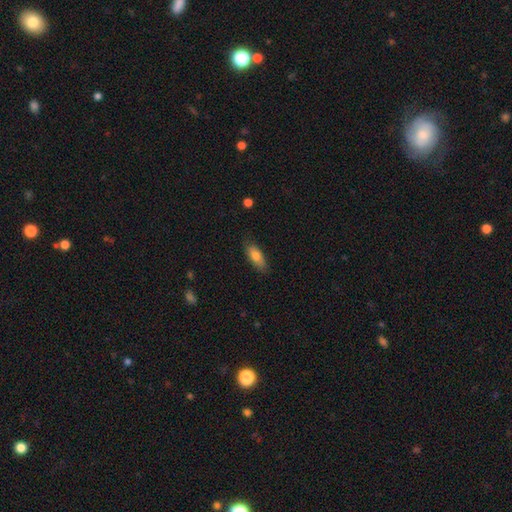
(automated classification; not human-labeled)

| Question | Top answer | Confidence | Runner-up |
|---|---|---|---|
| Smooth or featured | smooth | 80% | featured or disk (13%) |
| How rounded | in between | 72% | cigar-shaped (26%) |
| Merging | none | 80% | minor disturbance (15%) |